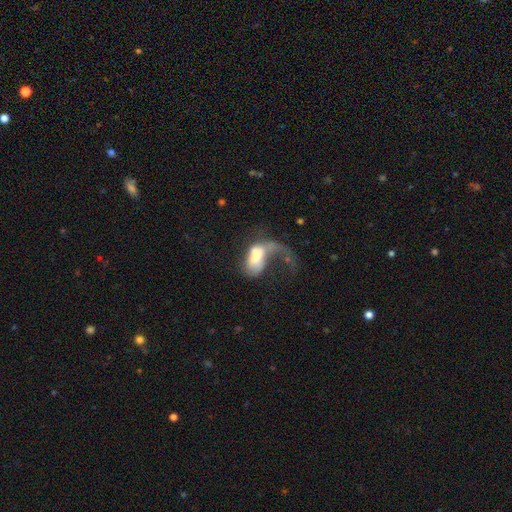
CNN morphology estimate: A smooth galaxy with no disk features (49%). Merging: major disturbance (62%).